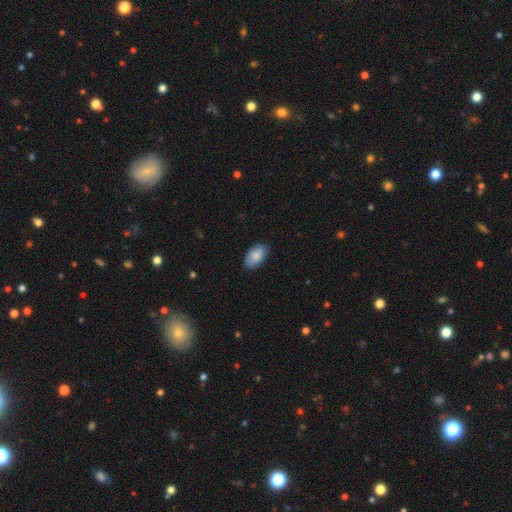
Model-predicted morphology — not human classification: type=smooth (86%); roundness=in between (94%); merging=none (84%).